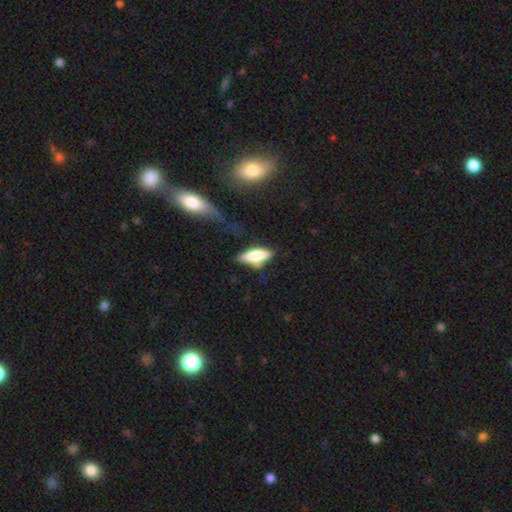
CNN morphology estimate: This is likely a smooth galaxy (63%). How rounded: possibly in between (59%). Merging: possibly none (56%).